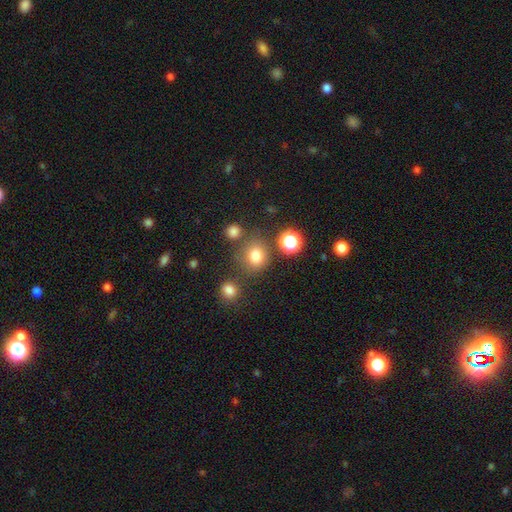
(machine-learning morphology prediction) type=smooth (77%); roundness=round (80%); merging=none (74%).